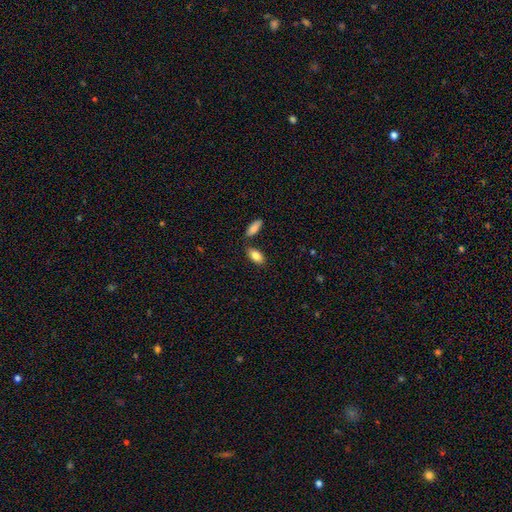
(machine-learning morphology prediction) type=smooth (85%); roundness=in between (90%); merging=none (77%).